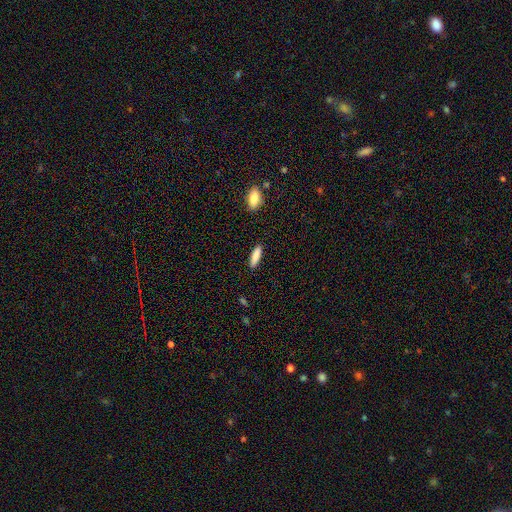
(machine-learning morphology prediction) This appears to be a smooth galaxy with no disk features (86%) that is cigar-shaped (66%). Merging: none (89%).